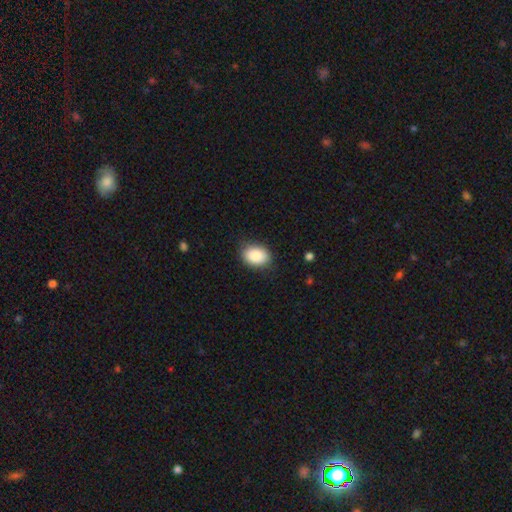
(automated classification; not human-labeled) Morphology: type=smooth (87%); roundness=in between (73%); merging=none (83%).